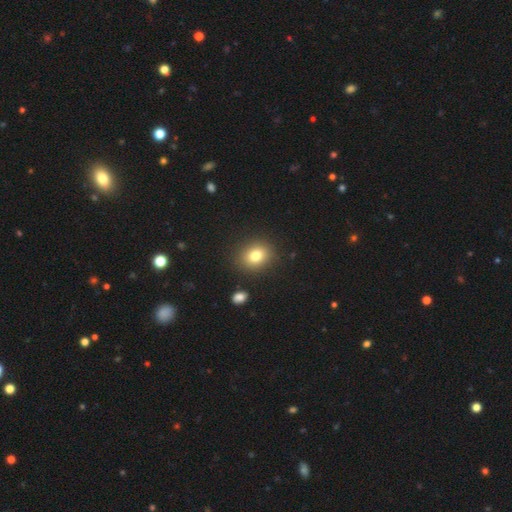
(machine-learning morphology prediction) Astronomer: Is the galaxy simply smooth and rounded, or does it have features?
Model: smooth — 79%.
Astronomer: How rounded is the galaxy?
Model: round — 60% (runner-up: in between, 39%).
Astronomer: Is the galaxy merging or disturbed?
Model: none — 87%.